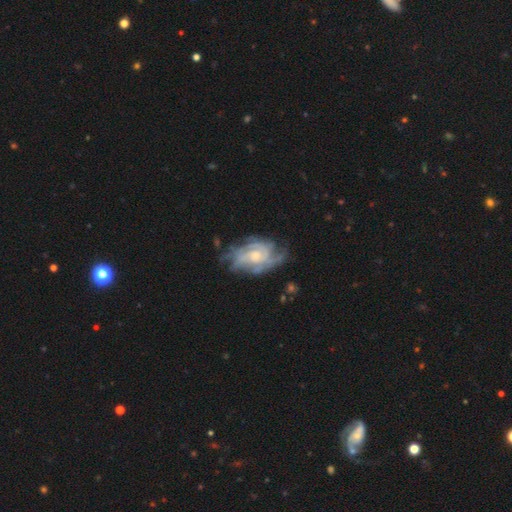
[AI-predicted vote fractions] The model was most divided on "spiral winding": tight: 54%, medium: 35%, loose: 10%. Remaining: edge-on disk — no (96%); spiral arms — yes (93%); smooth or featured — featured or disk (85%); bar — no (67%); merging — none (63%); bulge size — moderate (54%); spiral arm count — can't tell (38%).